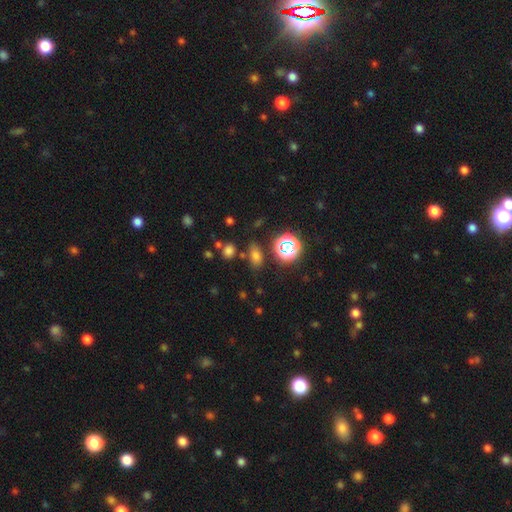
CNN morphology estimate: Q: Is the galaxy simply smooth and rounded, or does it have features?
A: smooth — 64%.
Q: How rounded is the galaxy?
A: in between — 78%.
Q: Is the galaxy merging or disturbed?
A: none — 77%.